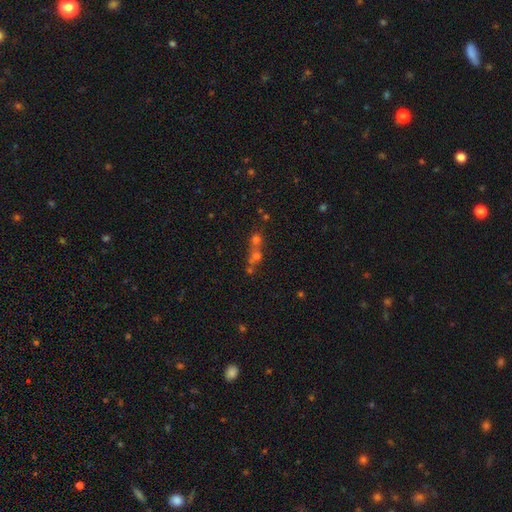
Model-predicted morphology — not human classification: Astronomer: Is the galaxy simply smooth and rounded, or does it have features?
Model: smooth — 44% (runner-up: star or artifact, 33%).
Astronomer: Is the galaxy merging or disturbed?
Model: merger — 51% (runner-up: none, 38%).